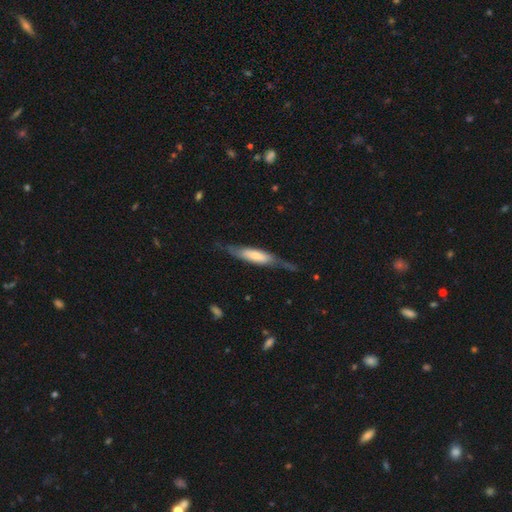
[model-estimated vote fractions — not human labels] Overall: smooth (48%; featured or disk 46%). Merging: none (57%; minor disturbance 26%).